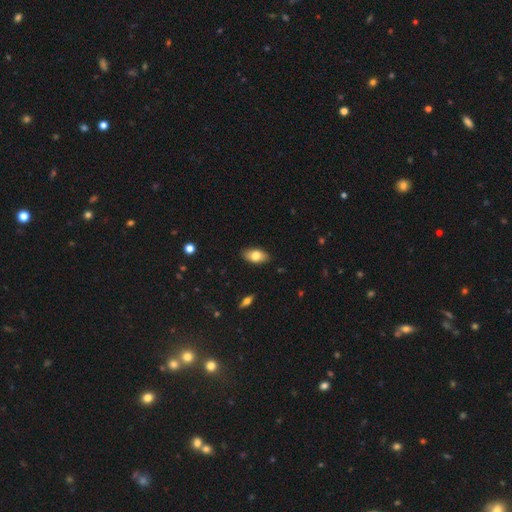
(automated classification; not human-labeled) smooth 78%, featured or disk 15%, star or artifact 7%. Down the decision tree: how rounded — in between (92%); merging — none (87%).